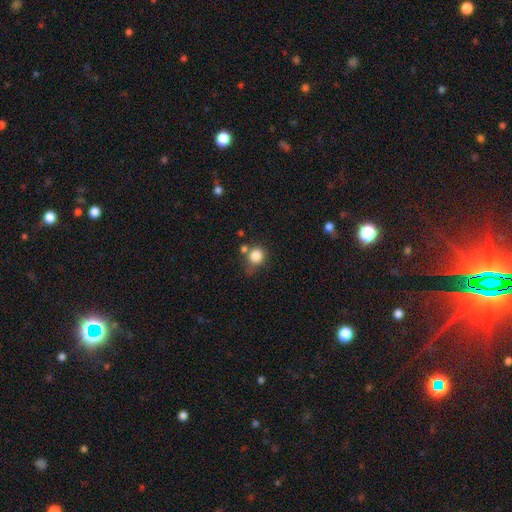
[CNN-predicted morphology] Smooth or featured: smooth — 83% (star or artifact — 11%)
How rounded: round — 79% (in between — 20%)
Merging: none — 56% (minor disturbance — 20%)